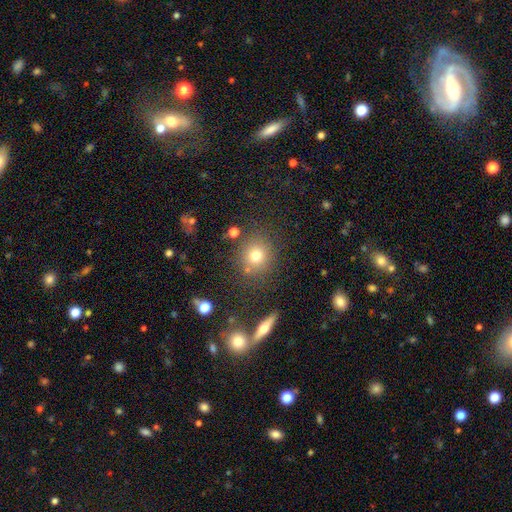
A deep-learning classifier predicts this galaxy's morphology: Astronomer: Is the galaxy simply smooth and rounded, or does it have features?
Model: smooth — 75%.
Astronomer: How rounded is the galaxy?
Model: round — 87%.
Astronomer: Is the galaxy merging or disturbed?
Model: none — 80%.